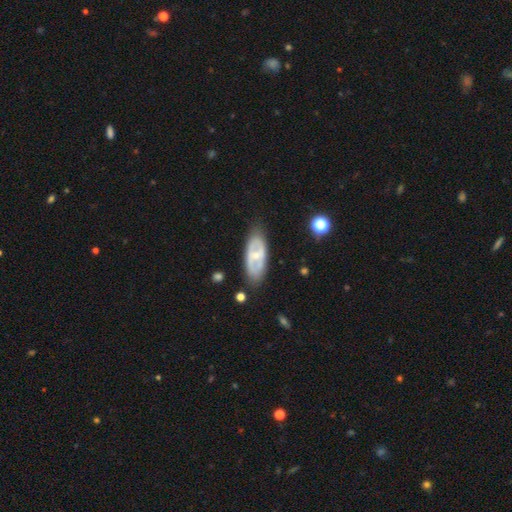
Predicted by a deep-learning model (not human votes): Smooth or featured: featured or disk — 64% (smooth — 30%)
Edge-on disk: no — 87% (yes — 13%)
Bar: weak — 40% (no — 34%)
Spiral arms: no — 51% (yes — 49%)
Bulge size: small — 53% (moderate — 38%)
Merging: none — 76% (minor disturbance — 17%)